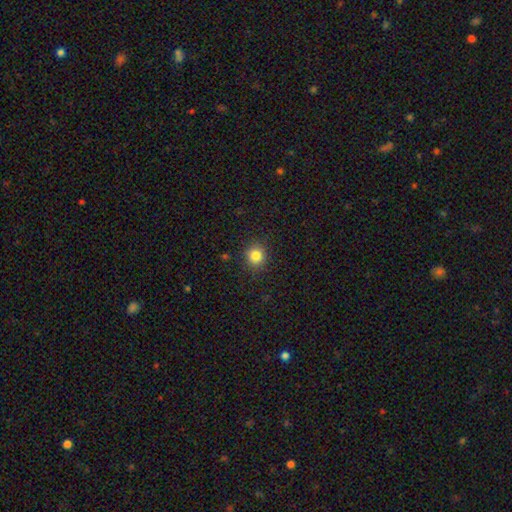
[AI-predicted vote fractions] The model was most divided on "smooth or featured": smooth: 83%, star or artifact: 12%, featured or disk: 5%. More confident: how rounded — round (89%); merging — none (89%).